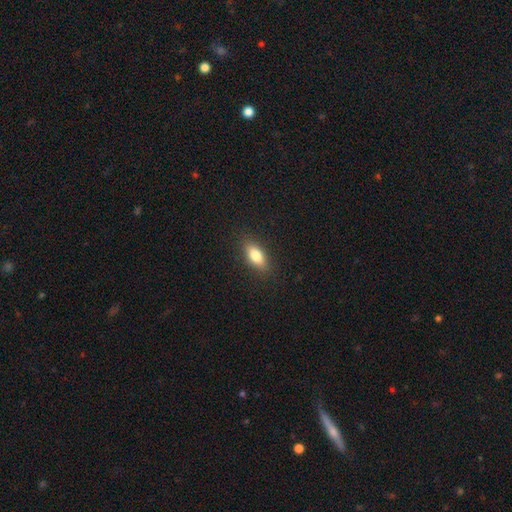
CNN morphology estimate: The model was most divided on "how rounded": in between: 79%, cigar-shaped: 16%, round: 4%. More confident: merging — none (88%); smooth or featured — smooth (80%).